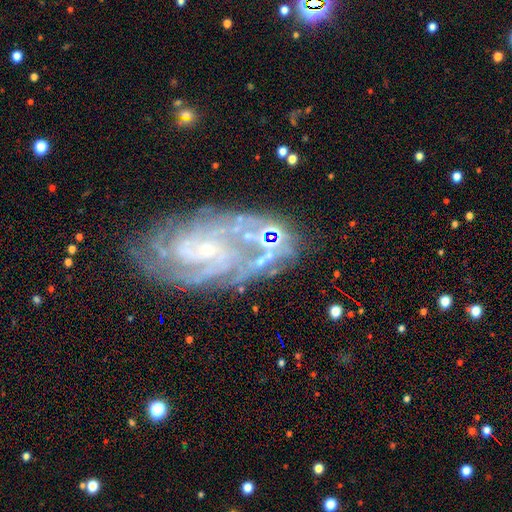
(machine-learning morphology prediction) The model was most divided on "spiral arm count": can't tell: 28%, 4: 20%, 3: 17%, more than 4: 14%, 2: 13%, 1: 7%. More confident: edge-on disk — no (96%); spiral arms — yes (94%); smooth or featured — featured or disk (84%); bulge size — small (70%); merging — none (65%); bar — no (65%); spiral winding — tight (56%).